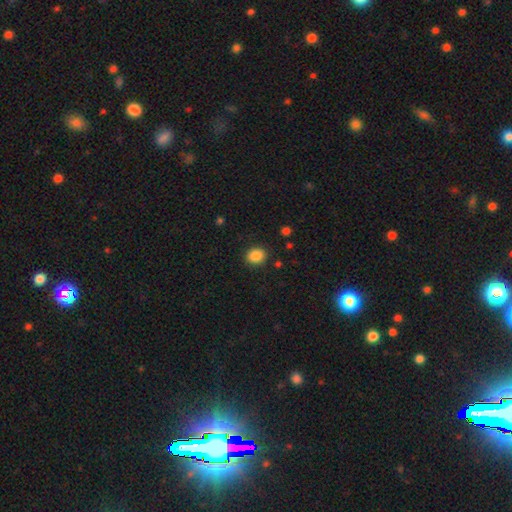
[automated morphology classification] Smooth or featured? smooth (87%)
How rounded? round (60%)
Merging? none (89%)